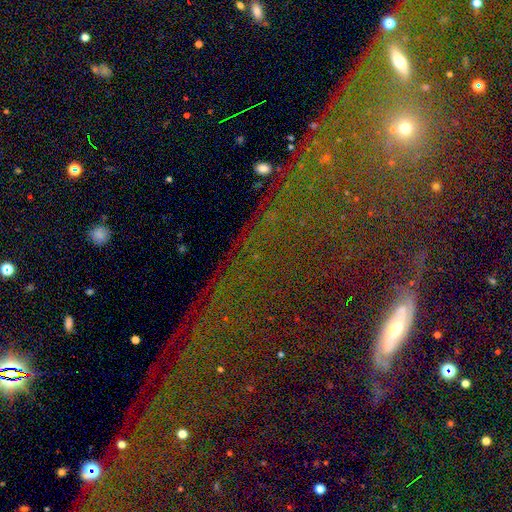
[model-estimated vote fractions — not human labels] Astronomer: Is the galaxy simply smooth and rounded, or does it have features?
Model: star or artifact — 68%.